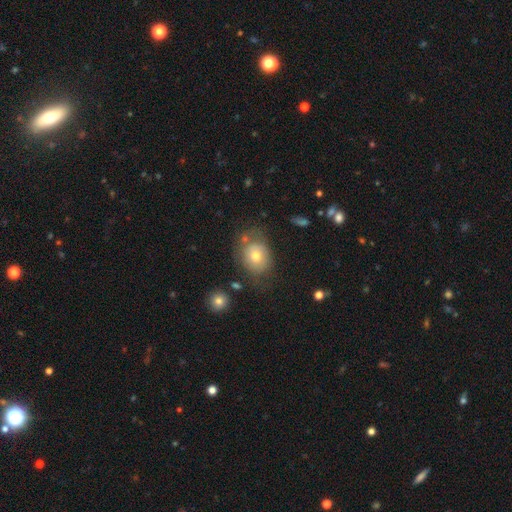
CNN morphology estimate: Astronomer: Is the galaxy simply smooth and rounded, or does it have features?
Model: smooth — 66%.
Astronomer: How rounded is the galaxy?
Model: round — 55% (runner-up: in between, 44%).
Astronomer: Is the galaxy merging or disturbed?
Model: none — 60%.